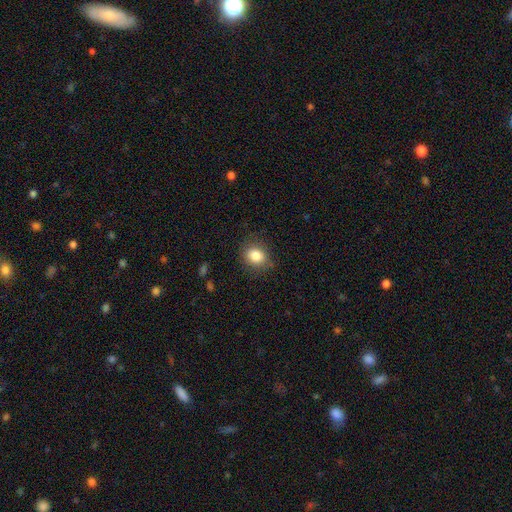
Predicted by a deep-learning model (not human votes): Q: Smooth or featured?
A: smooth (84%); runner-up: star or artifact (10%)
Q: How rounded?
A: round (61%); runner-up: in between (38%)
Q: Merging?
A: none (82%); runner-up: minor disturbance (13%)